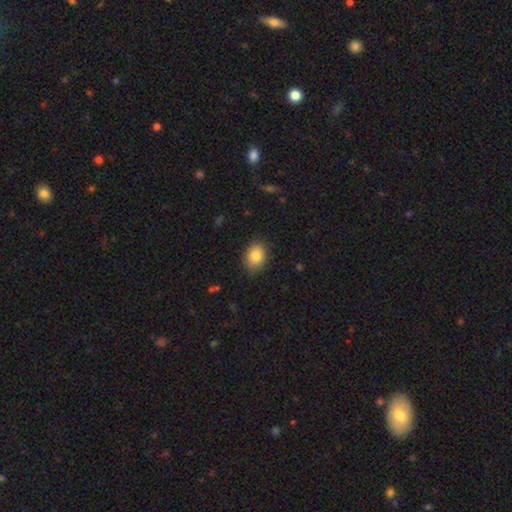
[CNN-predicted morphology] A smooth galaxy with no disk features (84%) that is in between round and cigar-shaped (61%).

Vote fractions:
- Smooth or featured? smooth: 84% / star or artifact: 8% / featured or disk: 7%
- How rounded? in between: 61% / round: 38% / cigar-shaped: 1%
- Merging? none: 85% / minor disturbance: 12% / major disturbance: 3% / merger: 1%